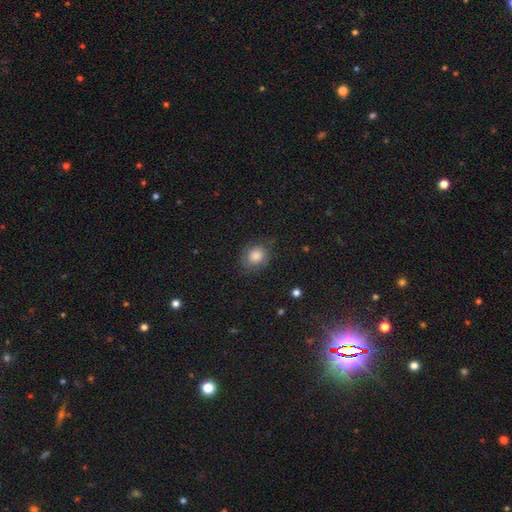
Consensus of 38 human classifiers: Q: Smooth or featured?
A: smooth (68%); runner-up: featured or disk (24%)
Q: How rounded?
A: round (62%); runner-up: in between (38%)
Q: Merging?
A: none (60%); runner-up: minor disturbance (34%)